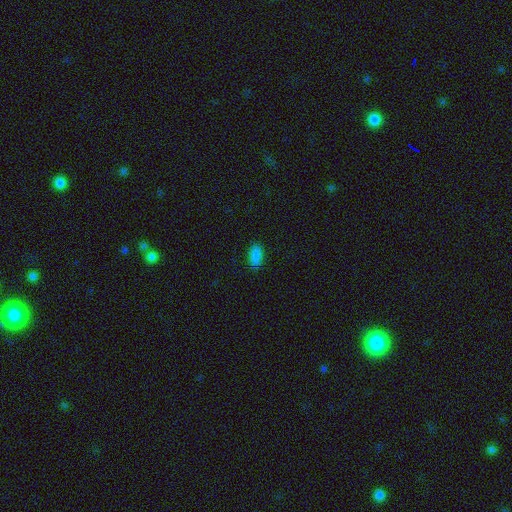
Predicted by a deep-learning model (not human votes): The model was most divided on "smooth or featured": smooth: 87%, star or artifact: 10%, featured or disk: 3%. More confident: how rounded — in between (93%); merging — none (88%).